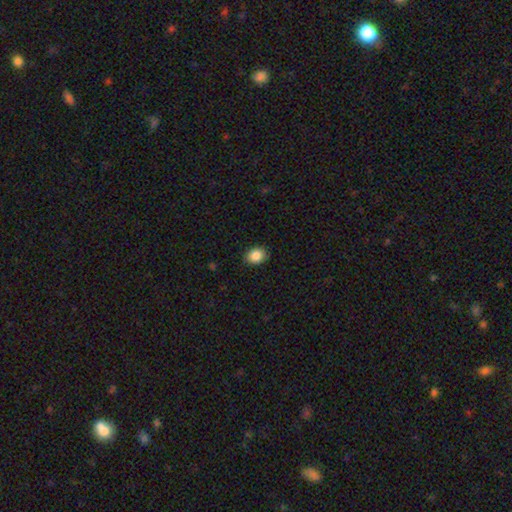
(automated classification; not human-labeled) Overall: smooth (87%). How rounded: in between (54%; round 45%). Merging: none (88%).